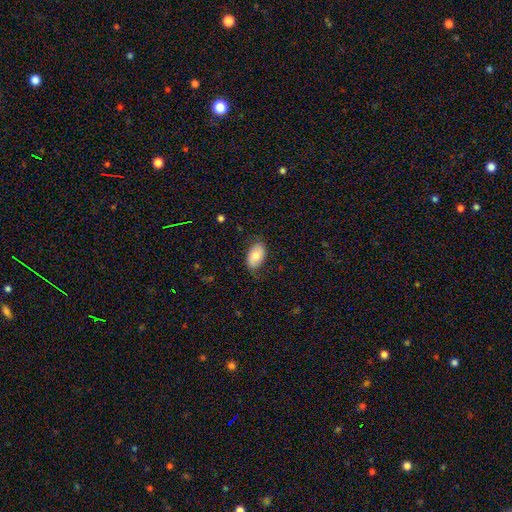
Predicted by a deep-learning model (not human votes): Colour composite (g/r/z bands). It shows a smooth galaxy with no disk features (72%) that is in between round and cigar-shaped (93%). Merging: none (73%).